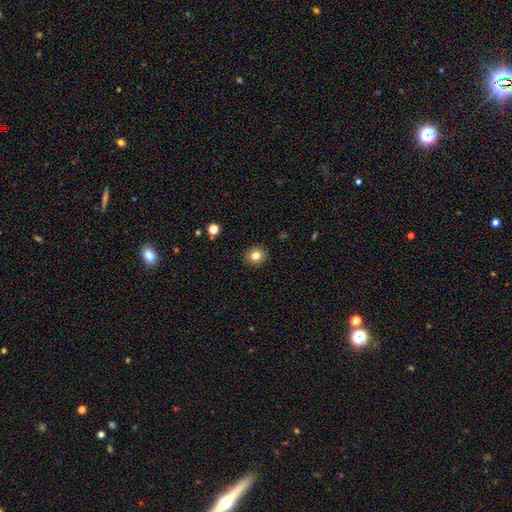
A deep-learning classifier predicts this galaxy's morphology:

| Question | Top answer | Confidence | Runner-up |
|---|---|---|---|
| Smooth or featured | smooth | 81% | star or artifact (11%) |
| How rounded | round | 89% | in between (10%) |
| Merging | none | 92% | minor disturbance (6%) |